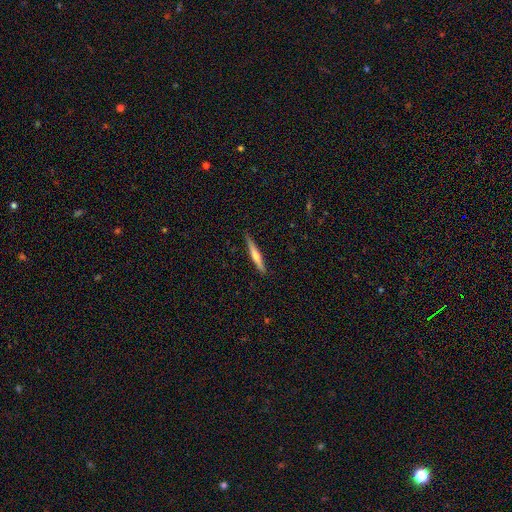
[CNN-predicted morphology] This is possibly a smooth galaxy (48%). Merging: clearly none (85%).